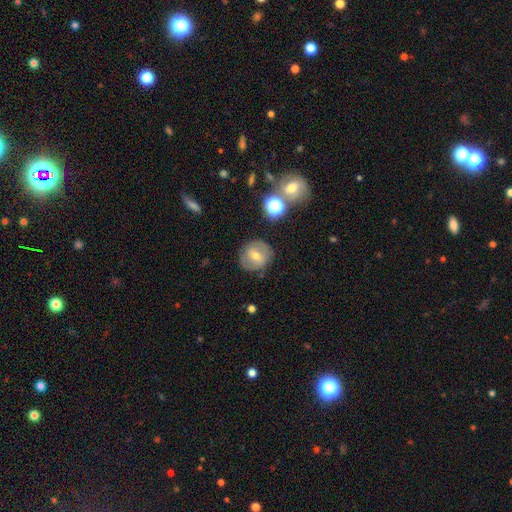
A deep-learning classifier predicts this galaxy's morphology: A smooth galaxy with no disk features (47%). Merging: none (82%).